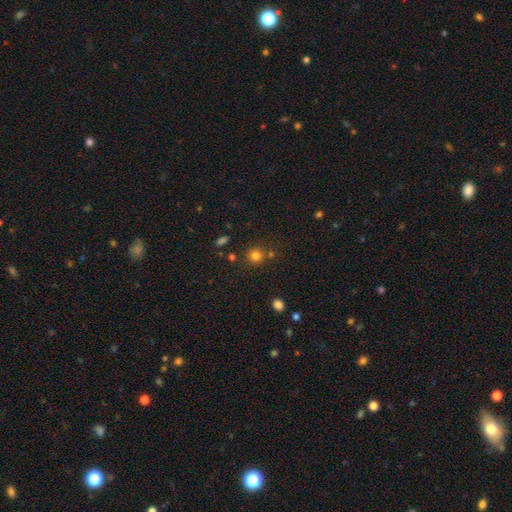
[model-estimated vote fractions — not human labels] This is likely a smooth galaxy (79%). How rounded: clearly round (90%). Merging: likely none (77%).